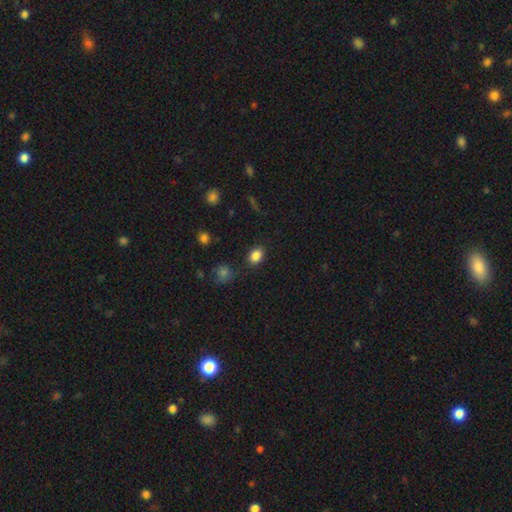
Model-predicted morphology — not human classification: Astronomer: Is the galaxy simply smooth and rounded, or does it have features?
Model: smooth — 85%.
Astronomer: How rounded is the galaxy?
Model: in between — 68%.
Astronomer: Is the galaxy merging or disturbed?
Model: none — 83%.